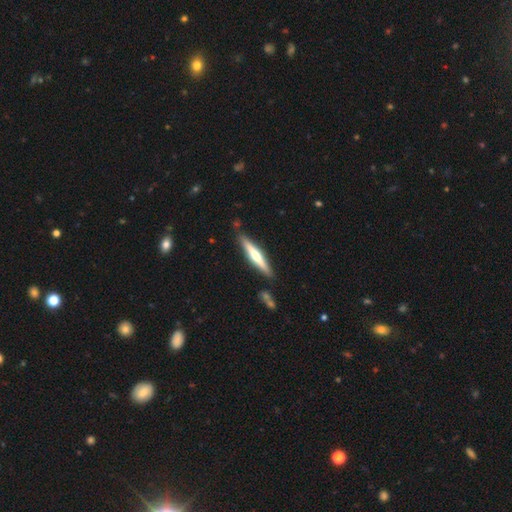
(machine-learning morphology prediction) Overall: featured or disk (59%; smooth 37%). Edge-on disk: yes (97%). Edge-on bulge: rounded (81%). Merging: none (87%).